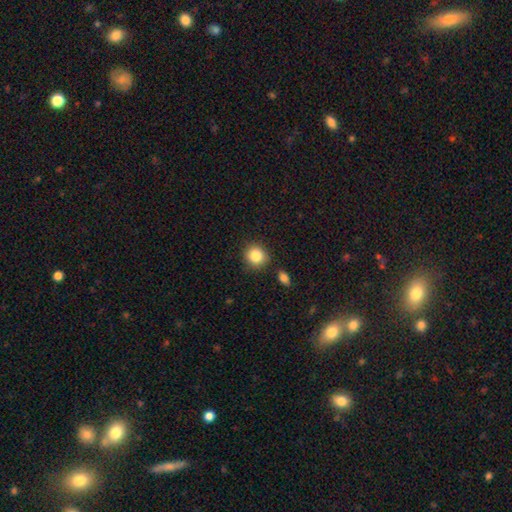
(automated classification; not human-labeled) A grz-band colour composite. It shows a smooth galaxy with no disk features (85%) that is round (87%). Merging: none (85%).